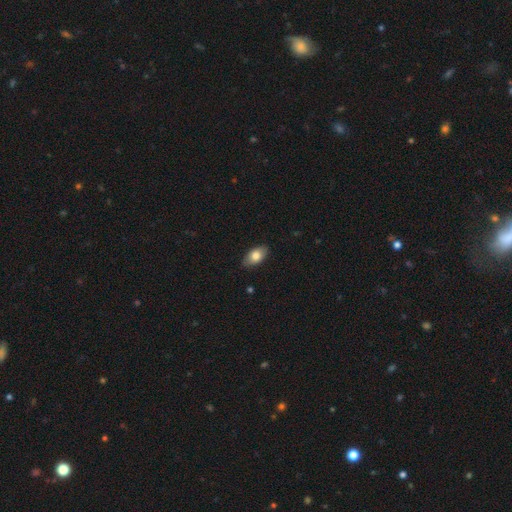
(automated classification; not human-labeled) The model was most divided on "smooth or featured": smooth: 80%, featured or disk: 14%, star or artifact: 7%. More confident: how rounded — in between (92%); merging — none (84%).